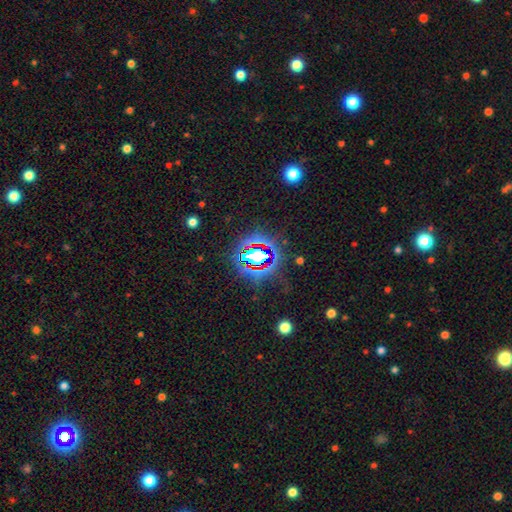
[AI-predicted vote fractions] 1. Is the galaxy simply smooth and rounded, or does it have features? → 71% star or artifact, 17% smooth, 11% featured or disk.